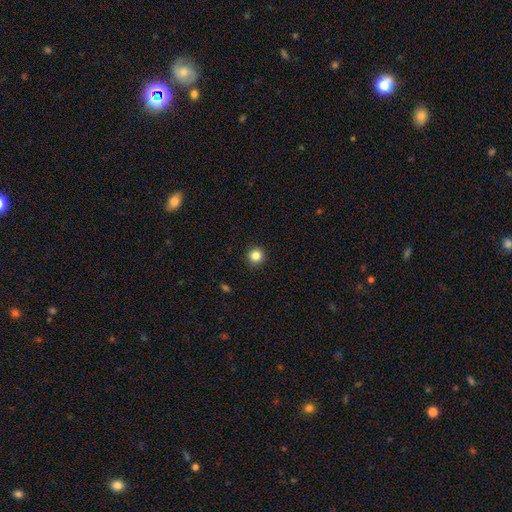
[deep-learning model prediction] Morphology: type=smooth (85%); roundness=round (95%); merging=none (93%).